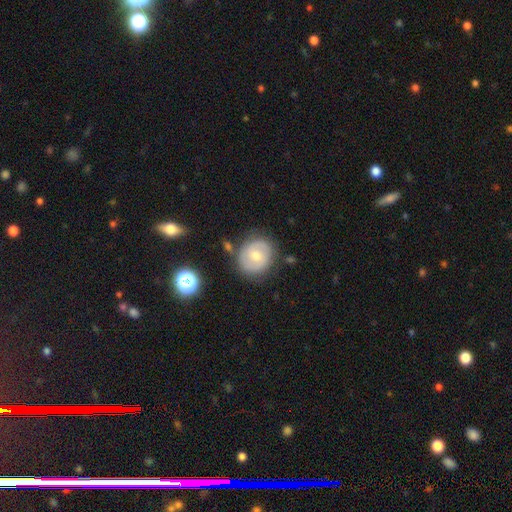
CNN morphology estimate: The model was most divided on "smooth or featured": featured or disk: 48%, smooth: 44%, star or artifact: 8%. More confident: merging — none (75%).